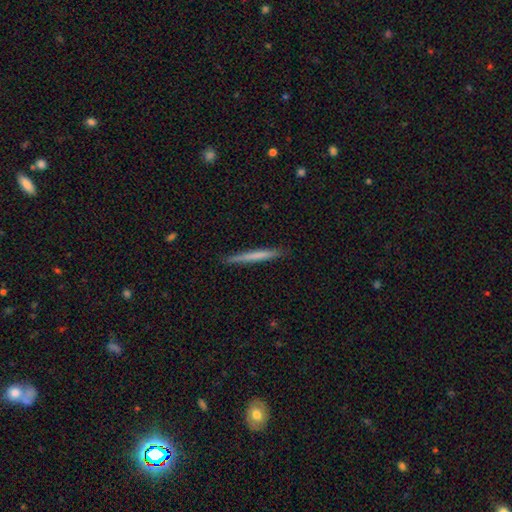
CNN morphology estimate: Smooth or featured? smooth (63%)
How rounded? cigar-shaped (97%)
Merging? none (90%)